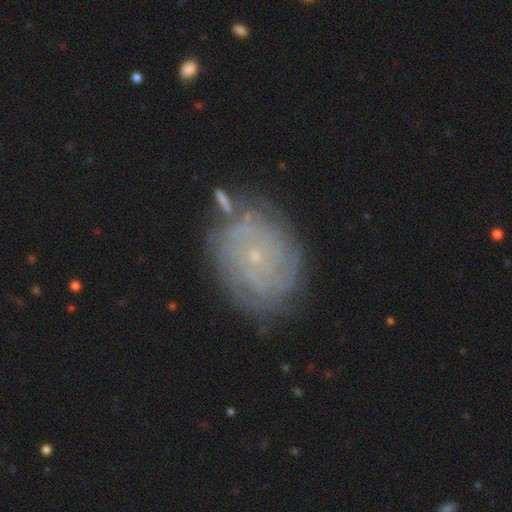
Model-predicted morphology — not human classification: This is likely a featured or disk galaxy (69%). It is clearly not viewed edge-on (97%). Bar: clearly no (82%). Spiral arm pattern: clearly yes (90%). Spiral arm count: marginally can't tell (44%). Spiral winding: likely tight (78%). Central bulge: clearly small (88%). Merging: likely none (79%).